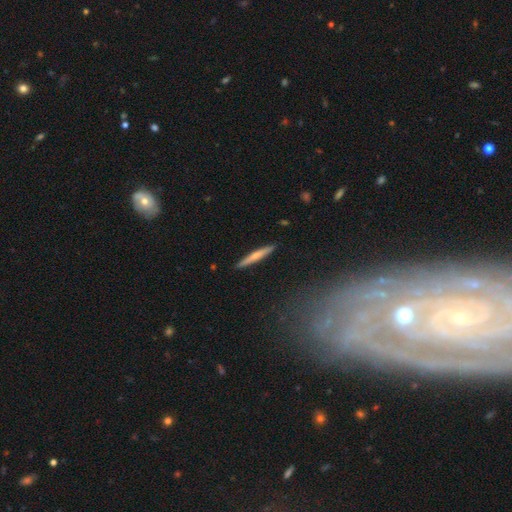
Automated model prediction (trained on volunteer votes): A smooth galaxy with no disk features (56%) that is cigar-shaped (95%).

Vote fractions:
- Smooth or featured? smooth: 56% / featured or disk: 39% / star or artifact: 6%
- How rounded? cigar-shaped: 95% / in between: 4% / round: 2%
- Merging? none: 91% / minor disturbance: 7% / major disturbance: 1% / merger: 1%